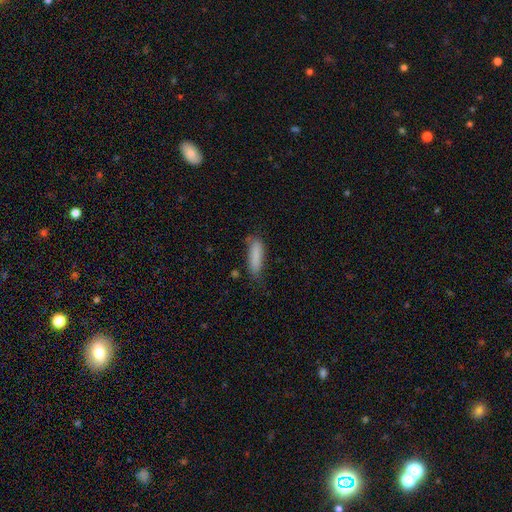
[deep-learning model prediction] A smooth galaxy with no disk features (83%) that is cigar-shaped (67%). Merging: none (64%).